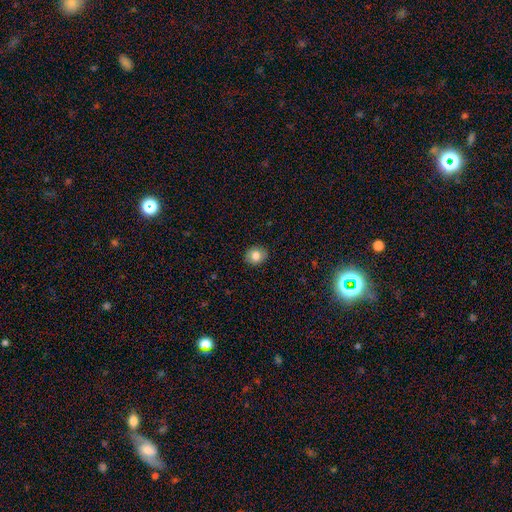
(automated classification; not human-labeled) The model was most divided on "how rounded": round: 66%, in between: 33%, cigar-shaped: 1%. More confident: merging — none (89%); smooth or featured — smooth (82%).